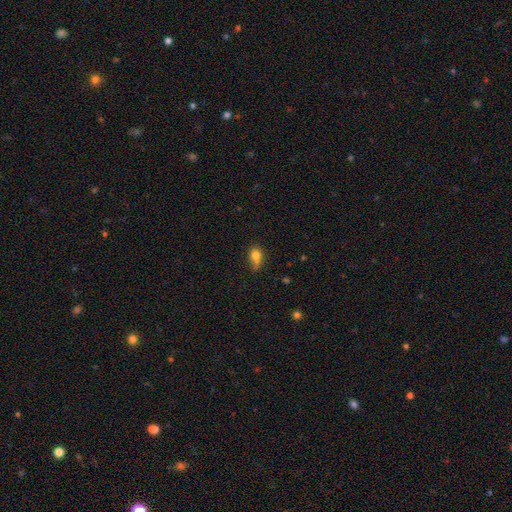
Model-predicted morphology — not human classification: Smooth or featured? smooth (77%)
How rounded? in between (62%)
Merging? none (43%)